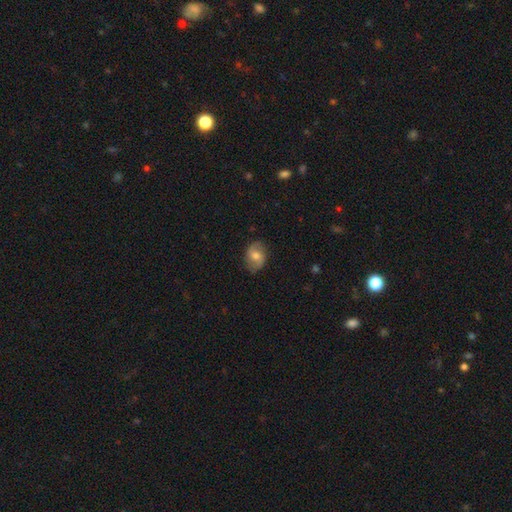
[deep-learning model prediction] Smooth or featured: featured or disk — 51% (smooth — 41%)
Edge-on disk: no — 96% (yes — 4%)
Merging: none — 78% (minor disturbance — 16%)